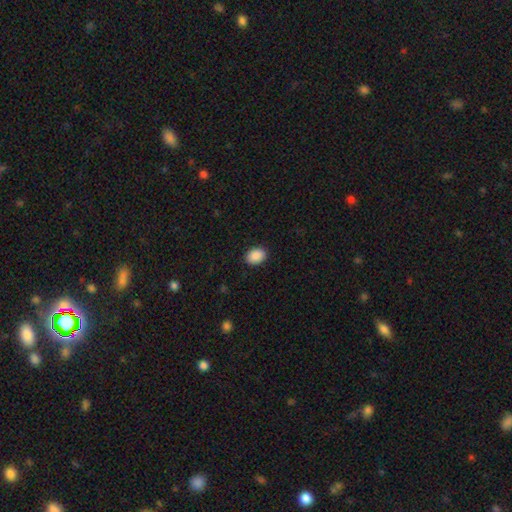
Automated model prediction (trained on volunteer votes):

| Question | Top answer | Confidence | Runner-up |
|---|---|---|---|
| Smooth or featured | smooth | 90% | star or artifact (7%) |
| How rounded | in between | 70% | round (29%) |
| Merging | none | 90% | minor disturbance (7%) |